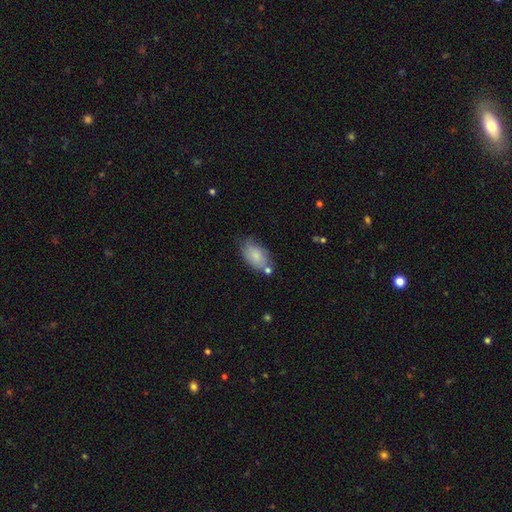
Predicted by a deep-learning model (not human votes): A smooth galaxy with no disk features (80%) that is in between round and cigar-shaped (92%).

Vote fractions:
- Smooth or featured? smooth: 80% / featured or disk: 14% / star or artifact: 7%
- How rounded? in between: 92% / round: 5% / cigar-shaped: 2%
- Merging? none: 61% / minor disturbance: 23% / merger: 10% / major disturbance: 6%